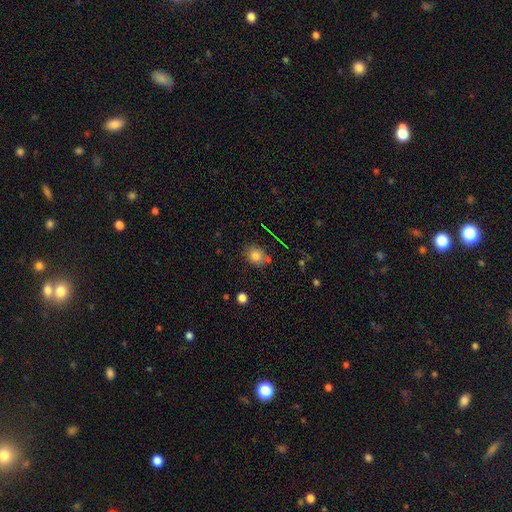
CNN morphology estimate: This appears to be a smooth galaxy with no disk features (81%) that is round (62%). Merging: none (71%).